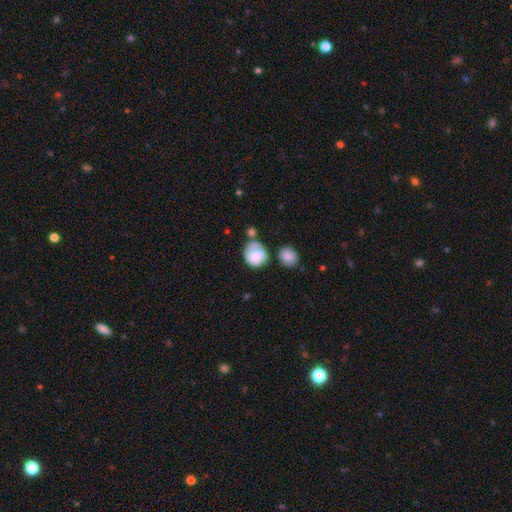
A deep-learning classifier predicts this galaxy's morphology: Smooth or featured? smooth (72%)
How rounded? round (60%)
Merging? none (39%)